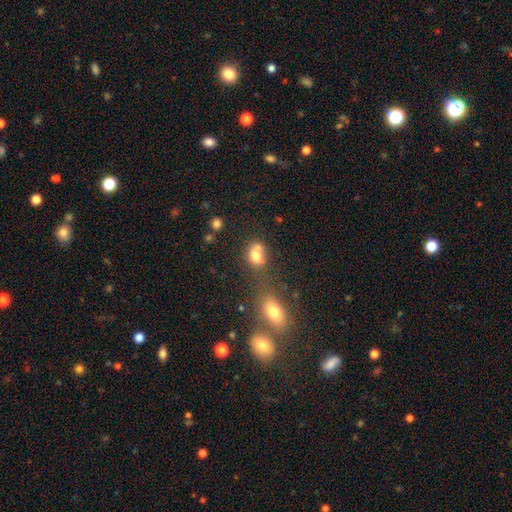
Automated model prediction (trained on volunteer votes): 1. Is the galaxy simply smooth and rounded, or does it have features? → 73% smooth, 14% featured or disk, 12% star or artifact.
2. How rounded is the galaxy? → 59% in between, 40% round, 2% cigar-shaped.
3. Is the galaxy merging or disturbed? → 46% merger, 33% none, 14% minor disturbance, 7% major disturbance.